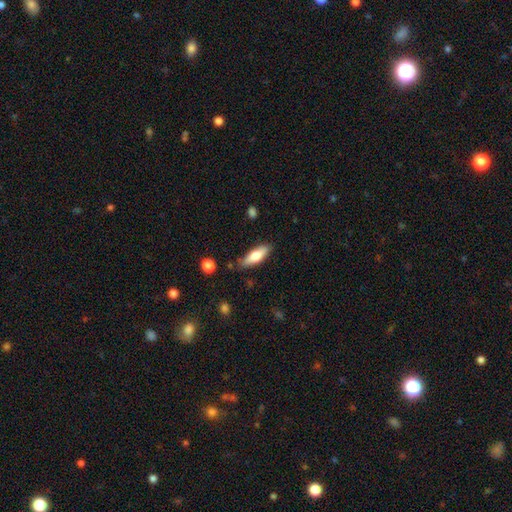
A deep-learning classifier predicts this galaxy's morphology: type=smooth (70%); roundness=in between (54%); merging=none (78%).